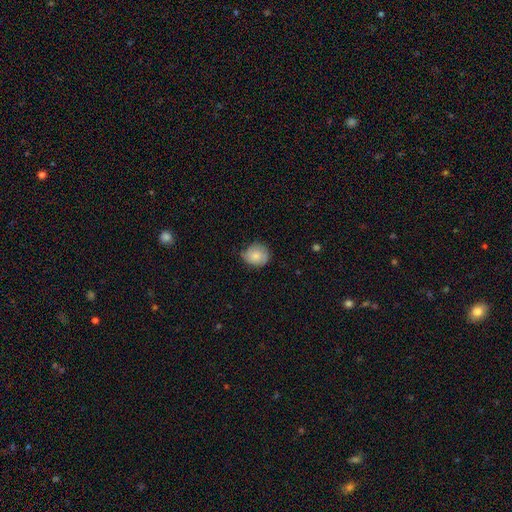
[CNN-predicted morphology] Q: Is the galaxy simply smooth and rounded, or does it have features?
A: smooth — 79%.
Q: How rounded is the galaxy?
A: round — 78%.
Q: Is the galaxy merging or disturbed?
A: none — 63%.